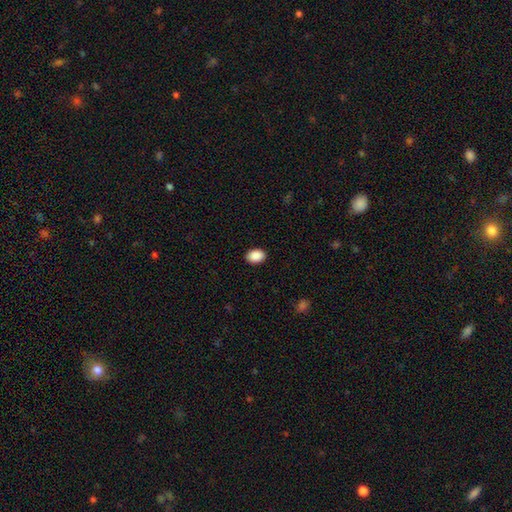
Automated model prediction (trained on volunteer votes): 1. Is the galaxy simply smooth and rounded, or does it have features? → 90% smooth, 7% star or artifact, 2% featured or disk.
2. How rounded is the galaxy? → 79% in between, 20% round, 1% cigar-shaped.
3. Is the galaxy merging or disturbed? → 90% none, 7% minor disturbance, 2% major disturbance, 1% merger.